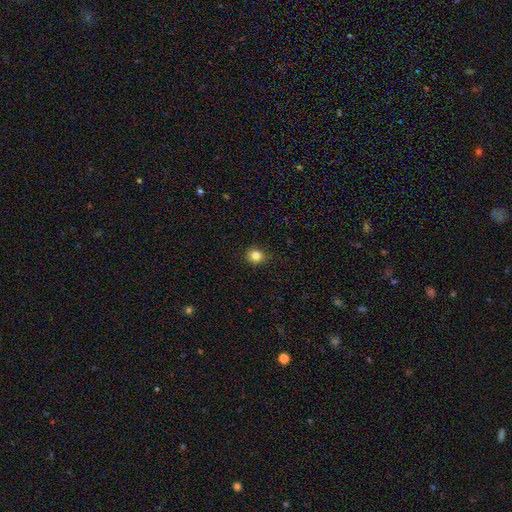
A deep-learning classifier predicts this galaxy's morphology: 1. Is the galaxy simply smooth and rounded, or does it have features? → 84% smooth, 11% star or artifact, 5% featured or disk.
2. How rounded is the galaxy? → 81% round, 18% in between, 1% cigar-shaped.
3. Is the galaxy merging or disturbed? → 85% none, 12% minor disturbance, 2% major disturbance, 1% merger.